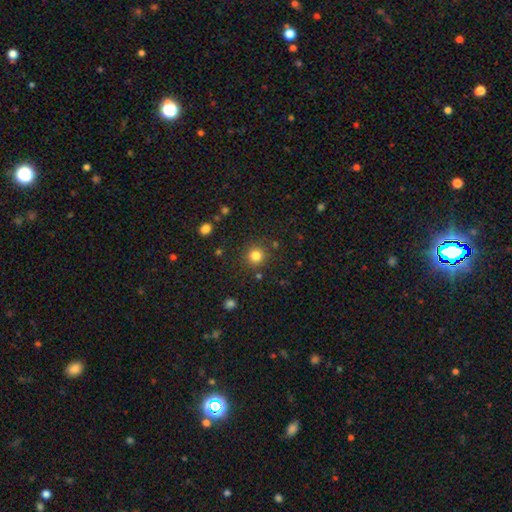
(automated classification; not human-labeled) Smooth or featured?
  - smooth: 82% *
  - star or artifact: 13%
  - featured or disk: 5%
How rounded?
  - round: 93% *
  - in between: 6%
  - cigar-shaped: 1%
Merging?
  - none: 86% *
  - minor disturbance: 7%
  - merger: 3%
  - major disturbance: 3%